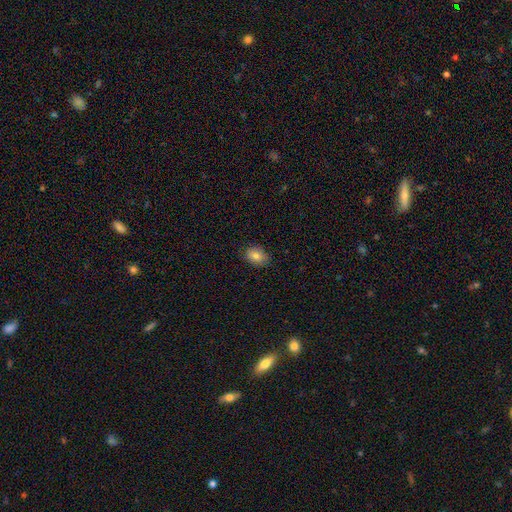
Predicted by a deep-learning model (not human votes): smooth-or-featured: smooth: 83% | star or artifact: 9% | featured or disk: 9%
  how-rounded: in between: 70% | round: 29% | cigar-shaped: 1%
  merging: none: 83% | minor disturbance: 14% | major disturbance: 2% | merger: 1%